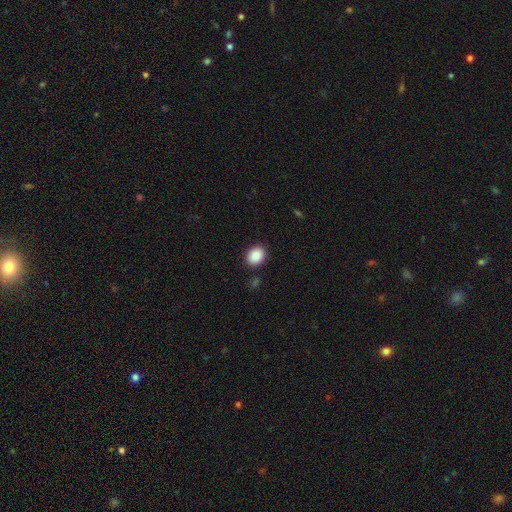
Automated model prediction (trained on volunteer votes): A smooth galaxy with no disk features (88%) that is round (53%). Merging: none (88%).